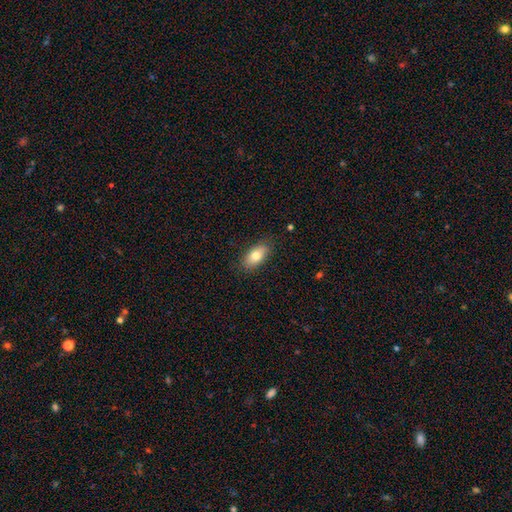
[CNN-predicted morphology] type=smooth (77%); roundness=in between (87%); merging=none (85%).